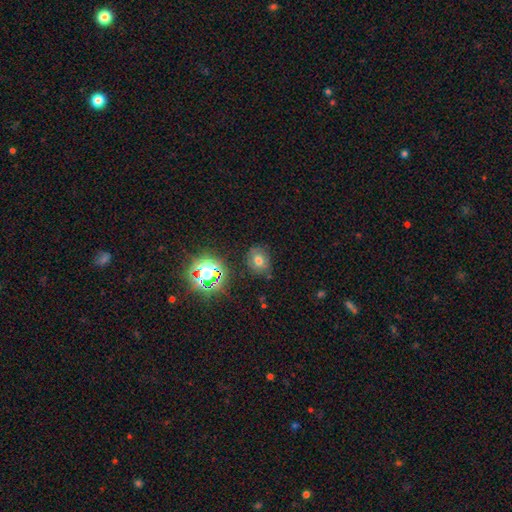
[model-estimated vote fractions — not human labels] Smooth or featured?
  - star or artifact: 55% *
  - smooth: 35%
  - featured or disk: 9%